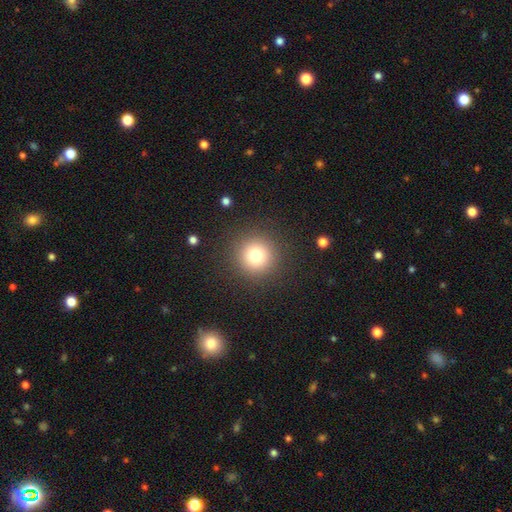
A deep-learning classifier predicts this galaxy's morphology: This appears to be a smooth galaxy with no disk features (77%) that is round (96%). Merging: none (90%).